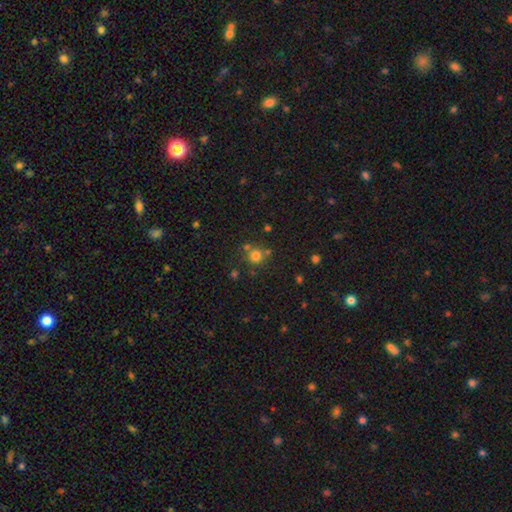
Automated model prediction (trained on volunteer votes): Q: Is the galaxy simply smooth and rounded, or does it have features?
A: smooth — 74%.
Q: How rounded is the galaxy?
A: round — 91%.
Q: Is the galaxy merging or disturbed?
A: none — 68%.